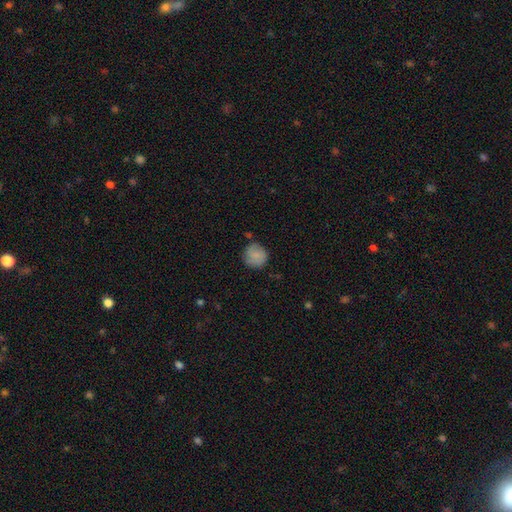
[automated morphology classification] Overall: smooth (78%). How rounded: round (90%). Merging: none (75%).